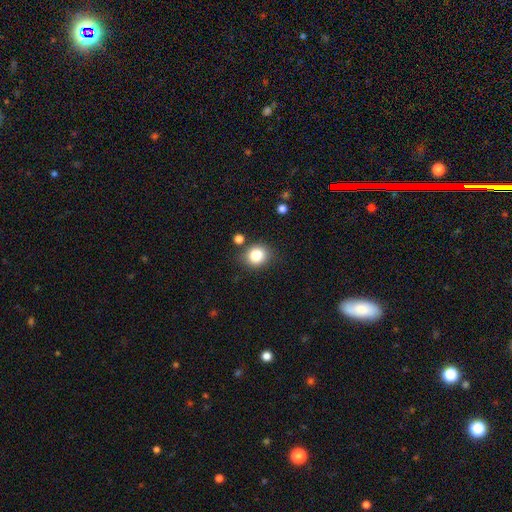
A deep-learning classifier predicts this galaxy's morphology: Smooth or featured?
  - smooth: 84% *
  - star or artifact: 11%
  - featured or disk: 6%
How rounded?
  - round: 76% *
  - in between: 23%
  - cigar-shaped: 1%
Merging?
  - none: 77% *
  - minor disturbance: 13%
  - merger: 6%
  - major disturbance: 4%